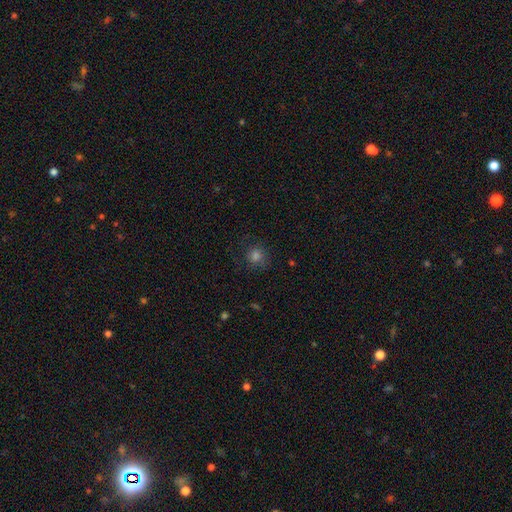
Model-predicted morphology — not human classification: smooth_or_featured: smooth (p=0.75) [alt: star or artifact p=0.18]
how_rounded: round (p=0.89) [alt: in between p=0.10]
merging: none (p=0.81) [alt: minor disturbance p=0.13]